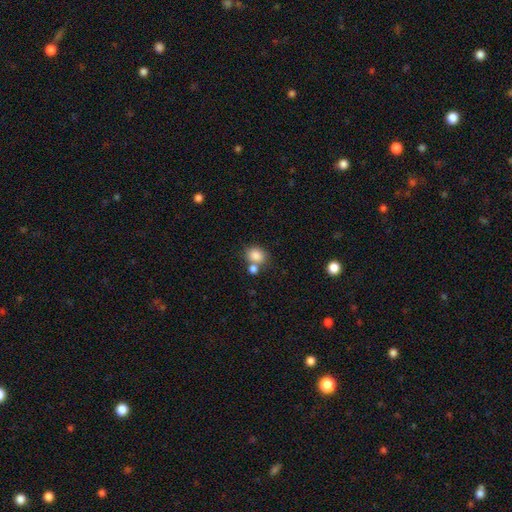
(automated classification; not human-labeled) A smooth galaxy with no disk features (84%) that is round (53%). Merging: none (54%).